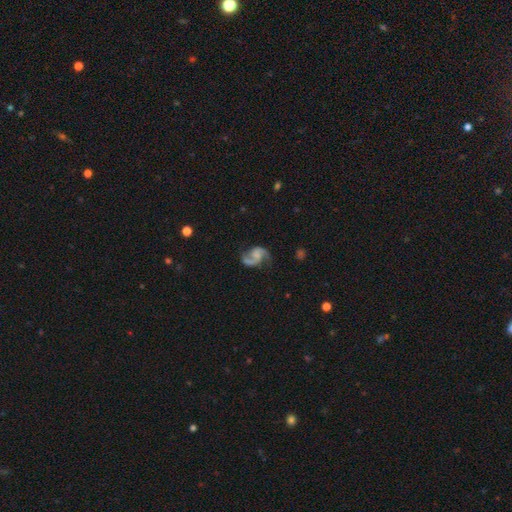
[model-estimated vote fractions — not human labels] Smooth or featured?
  - featured or disk: 86% *
  - smooth: 8%
  - star or artifact: 6%
Edge-on disk?
  - no: 98% *
  - yes: 2%
Bar?
  - no: 57% *
  - weak: 34%
  - strong: 9%
Spiral arms?
  - yes: 97% *
  - no: 3%
Spiral winding?
  - loose: 50% *
  - medium: 41%
  - tight: 9%
Spiral arm count?
  - 2: 91% *
  - 1: 4%
  - can't tell: 2%
  - 3: 1%
  - 4: 1%
  - more than 4: 1%
Bulge size?
  - none: 55% *
  - small: 23%
  - moderate: 15%
  - large: 6%
  - dominant: 2%
Merging?
  - none: 67% *
  - minor disturbance: 18%
  - major disturbance: 12%
  - merger: 4%